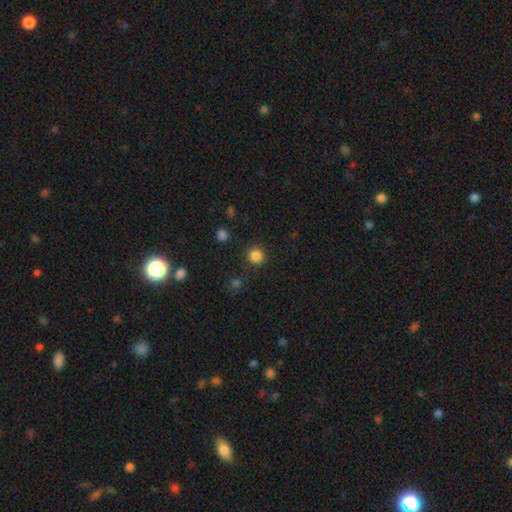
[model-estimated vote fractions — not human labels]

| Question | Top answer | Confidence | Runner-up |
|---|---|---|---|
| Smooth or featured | smooth | 84% | star or artifact (13%) |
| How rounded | round | 94% | in between (5%) |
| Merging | none | 91% | minor disturbance (5%) |